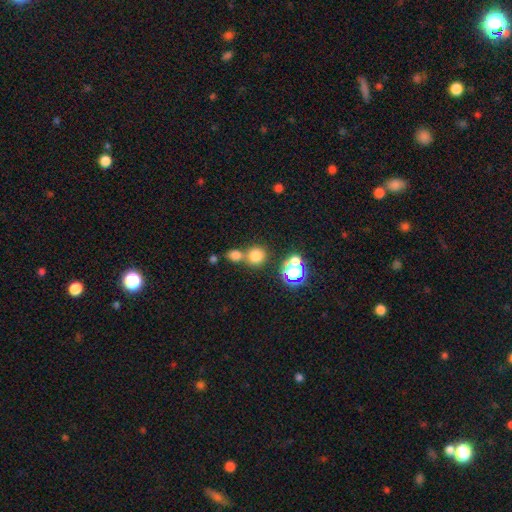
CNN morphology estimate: This appears to be a smooth galaxy with no disk features (73%) that is round (88%). Merging: none (59%).